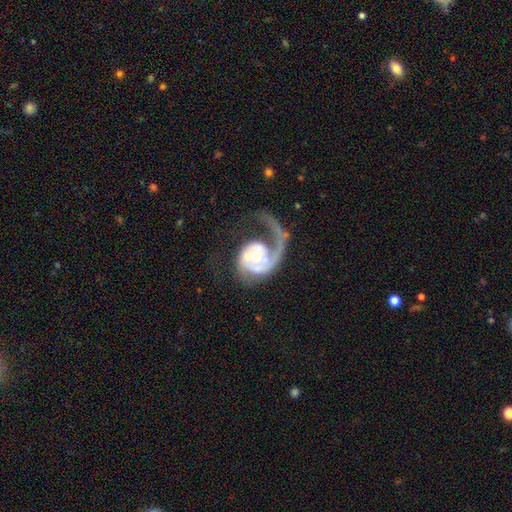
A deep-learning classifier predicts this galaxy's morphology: The model was most divided on "bulge size": moderate: 47%, small: 40%, large: 7%, none: 4%, dominant: 2%. Remaining: edge-on disk — no (98%); spiral arms — yes (90%); smooth or featured — featured or disk (84%); spiral arm count — 1 (81%); bar — no (71%); merging — major disturbance (46%); spiral winding — loose (44%).